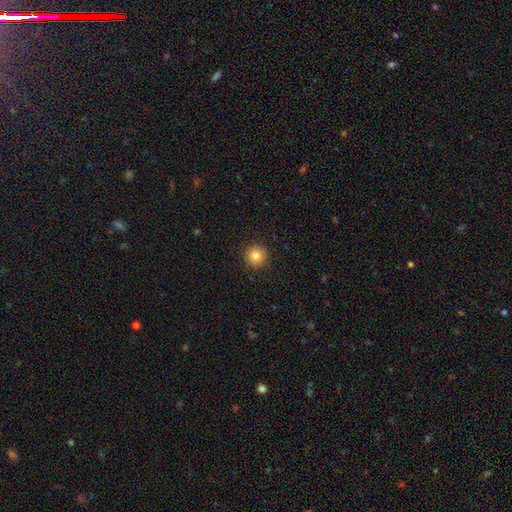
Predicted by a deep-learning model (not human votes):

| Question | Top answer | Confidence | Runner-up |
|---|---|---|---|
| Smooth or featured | smooth | 84% | star or artifact (10%) |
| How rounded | round | 95% | in between (4%) |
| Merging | none | 92% | minor disturbance (5%) |